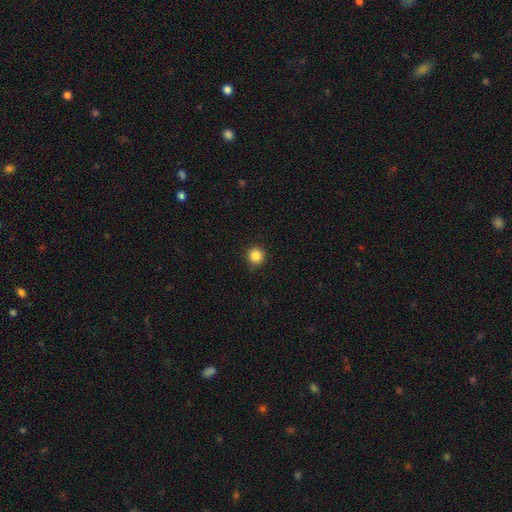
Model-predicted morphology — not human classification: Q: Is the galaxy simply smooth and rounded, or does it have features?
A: smooth — 86%.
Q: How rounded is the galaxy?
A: round — 94%.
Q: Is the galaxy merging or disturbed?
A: none — 90%.